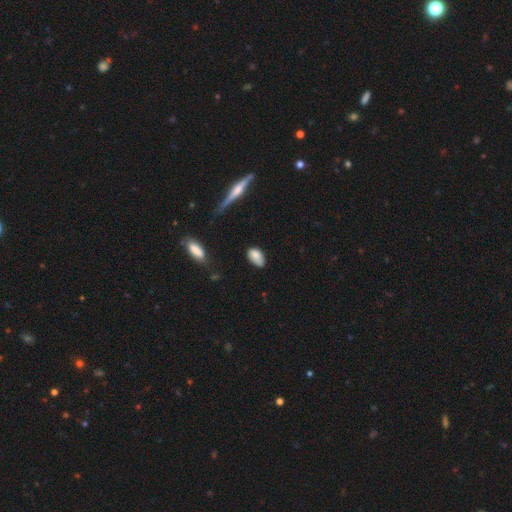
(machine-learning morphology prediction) smooth 82%, featured or disk 11%, star or artifact 7%. Down the decision tree: how rounded — in between (92%); merging — none (66%).